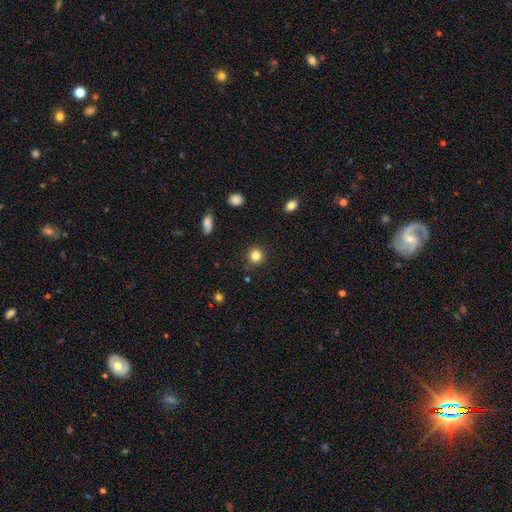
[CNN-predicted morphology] Smooth or featured?
  - smooth: 84% *
  - star or artifact: 11%
  - featured or disk: 5%
How rounded?
  - round: 92% *
  - in between: 8%
  - cigar-shaped: 1%
Merging?
  - none: 89% *
  - minor disturbance: 7%
  - major disturbance: 2%
  - merger: 2%